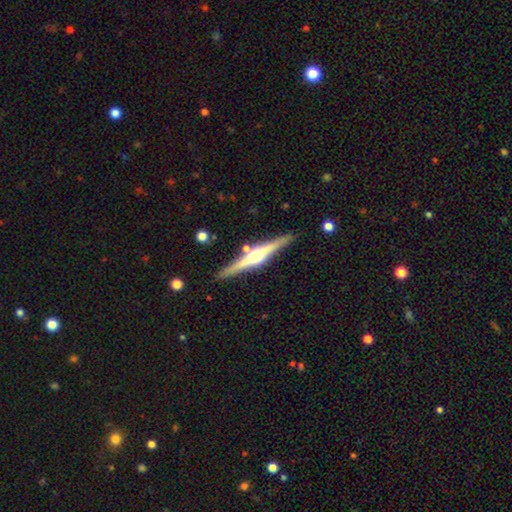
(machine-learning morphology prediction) smooth_or_featured: featured or disk (p=0.79) [alt: smooth p=0.16]
disk_edge_on: yes (p=0.98) [alt: no p=0.02]
edge_on_bulge: rounded (p=0.90) [alt: boxy p=0.07]
merging: none (p=0.86) [alt: minor disturbance p=0.08]